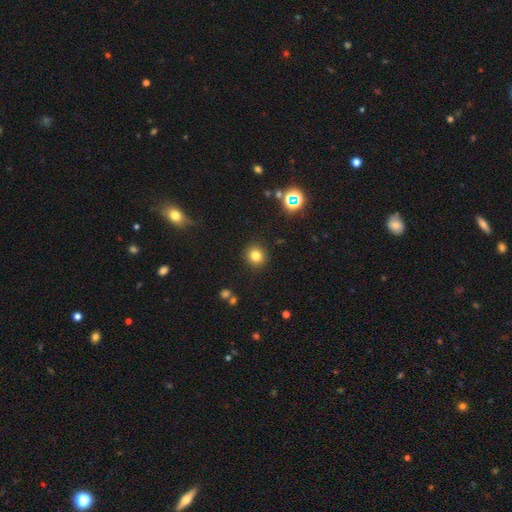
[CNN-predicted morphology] A smooth galaxy with no disk features (79%) that is round (89%).

Vote fractions:
- Smooth or featured? smooth: 79% / star or artifact: 14% / featured or disk: 7%
- How rounded? round: 89% / in between: 10% / cigar-shaped: 1%
- Merging? none: 90% / minor disturbance: 6% / major disturbance: 2% / merger: 2%